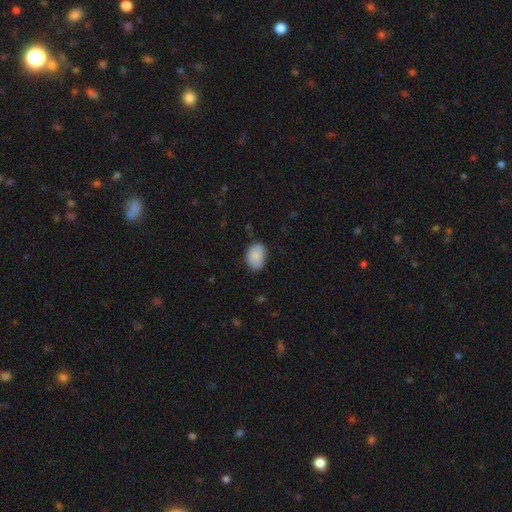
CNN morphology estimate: This appears to be a smooth galaxy with no disk features (88%) that is in between round and cigar-shaped (83%). Merging: none (75%).